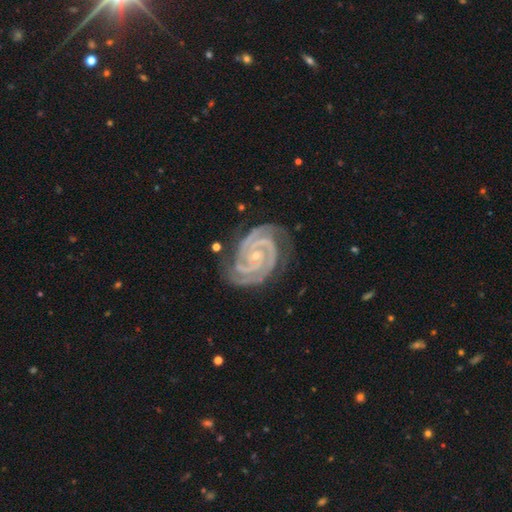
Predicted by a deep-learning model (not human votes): This appears to be a featured or disk galaxy (93%) with no bar (62%), 2 (62%) tight (84%) spiral arms (99%) and a small central bulge (81%). Merging: none (78%).